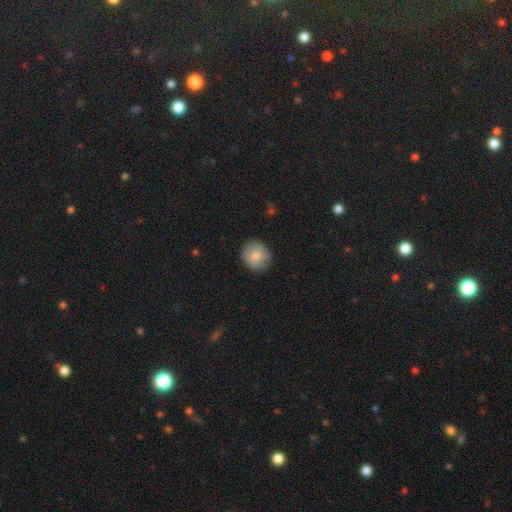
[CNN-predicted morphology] This is likely a smooth galaxy (79%). How rounded: clearly round (82%). Merging: clearly none (86%).